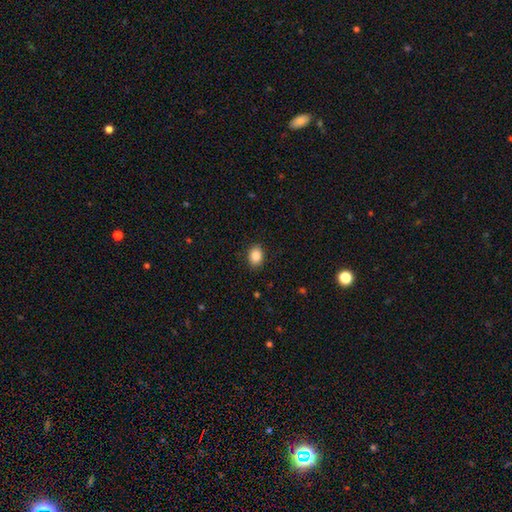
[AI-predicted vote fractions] This appears to be a smooth galaxy with no disk features (88%) that is in between round and cigar-shaped (69%). Merging: none (89%).